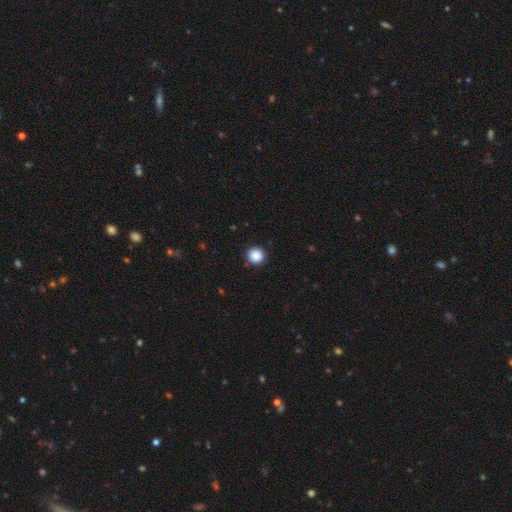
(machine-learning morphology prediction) Q: Smooth or featured?
A: smooth (88%); runner-up: star or artifact (10%)
Q: How rounded?
A: round (96%); runner-up: in between (4%)
Q: Merging?
A: none (92%); runner-up: minor disturbance (5%)